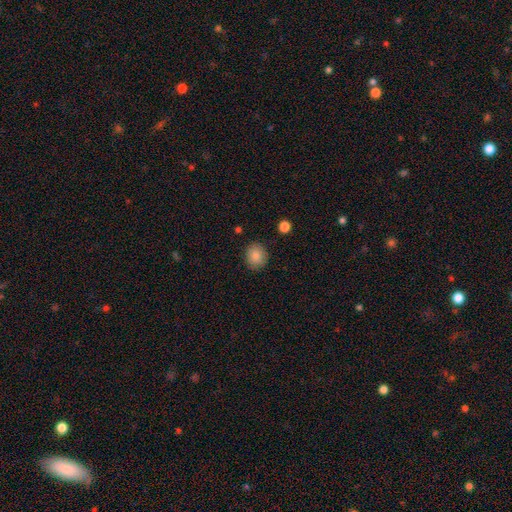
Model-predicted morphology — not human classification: Smooth or featured: smooth — 86% (star or artifact — 9%)
How rounded: round — 70% (in between — 29%)
Merging: none — 87% (minor disturbance — 9%)